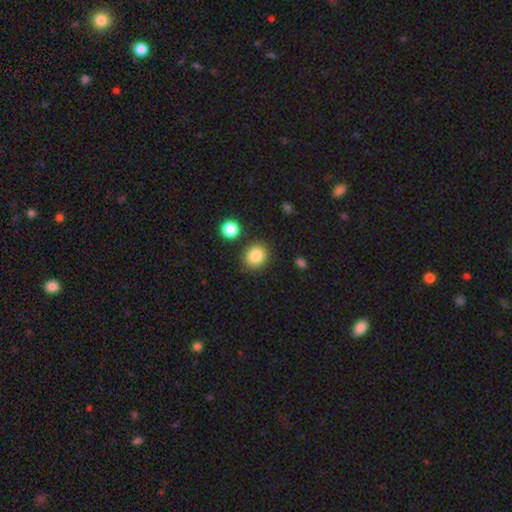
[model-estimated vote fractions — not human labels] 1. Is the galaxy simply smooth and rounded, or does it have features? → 83% smooth, 10% star or artifact, 7% featured or disk.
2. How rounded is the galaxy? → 73% round, 26% in between, 1% cigar-shaped.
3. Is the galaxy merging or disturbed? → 85% none, 8% minor disturbance, 4% merger, 3% major disturbance.